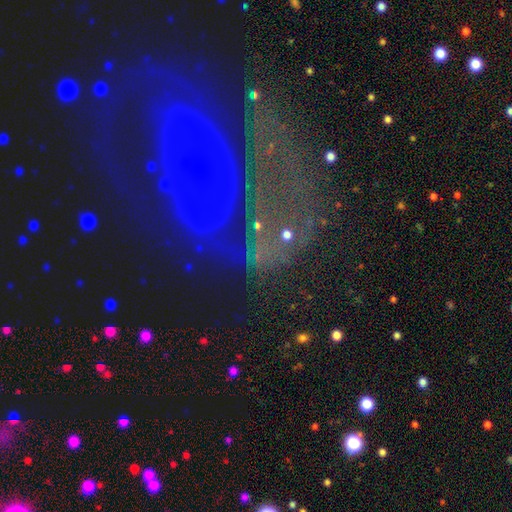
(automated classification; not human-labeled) Smooth or featured? Predicted: featured or disk (p=0.64). Edge-on disk? Predicted: no (p=0.94). Bar? Predicted: no (p=0.63). Spiral arms? Predicted: yes (p=0.61). Bulge size? Predicted: small (p=0.59). Merging? Predicted: none (p=0.47).